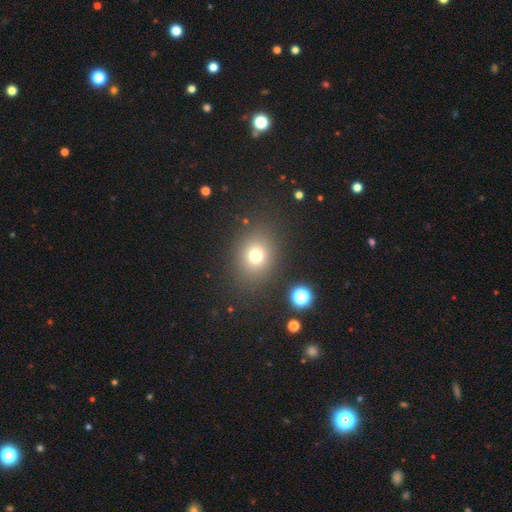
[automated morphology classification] Smooth or featured?
  - smooth: 74% *
  - star or artifact: 17%
  - featured or disk: 9%
How rounded?
  - round: 64% *
  - in between: 35%
  - cigar-shaped: 1%
Merging?
  - none: 85% *
  - minor disturbance: 9%
  - major disturbance: 4%
  - merger: 2%